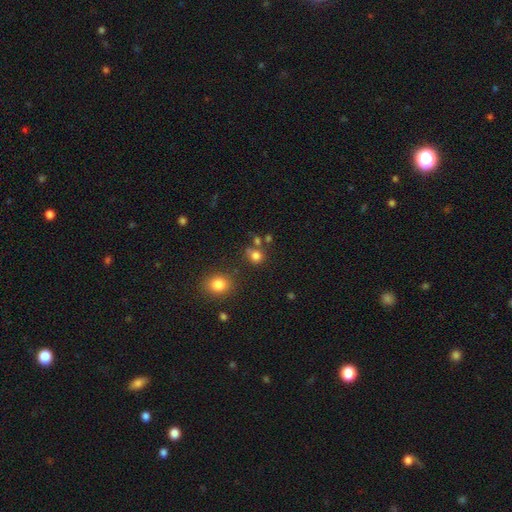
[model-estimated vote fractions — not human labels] Overall: smooth (78%). How rounded: round (78%). Merging: none (62%).